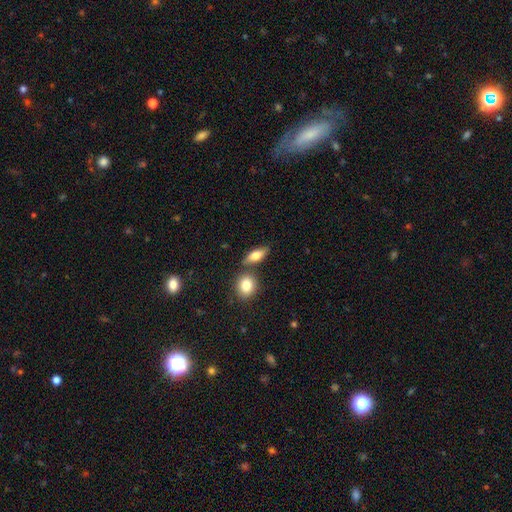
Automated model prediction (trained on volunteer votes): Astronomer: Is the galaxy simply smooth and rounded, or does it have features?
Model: smooth — 70%.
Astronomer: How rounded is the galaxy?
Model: in between — 68%.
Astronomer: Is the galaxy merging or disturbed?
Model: none — 68%.